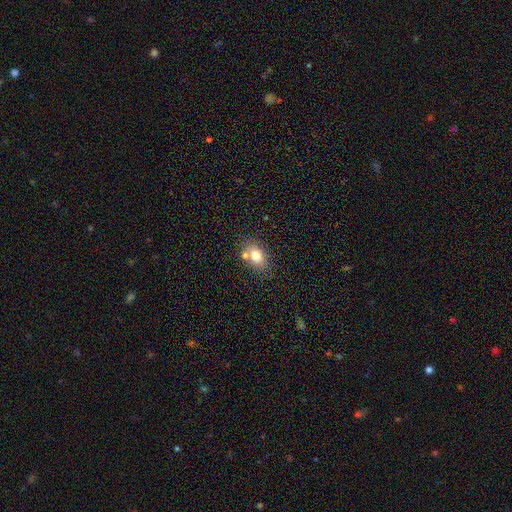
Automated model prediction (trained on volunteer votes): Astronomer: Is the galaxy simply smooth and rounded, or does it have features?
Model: smooth — 74%.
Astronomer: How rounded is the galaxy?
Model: in between — 74%.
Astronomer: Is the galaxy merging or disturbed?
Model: none — 60%.